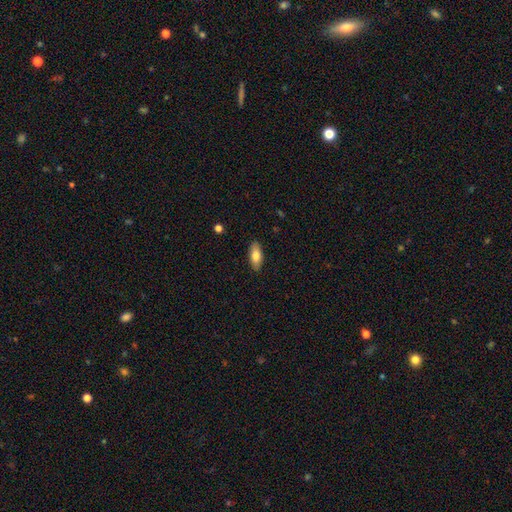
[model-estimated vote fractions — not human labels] This appears to be a smooth galaxy with no disk features (79%) that is in between round and cigar-shaped (82%). Merging: none (89%).